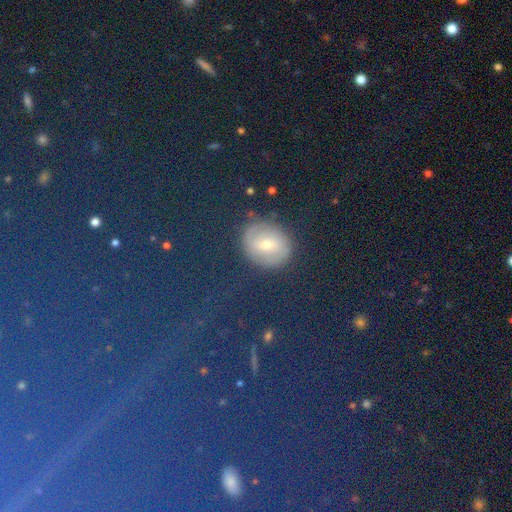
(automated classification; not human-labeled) Smooth or featured? Predicted: smooth (p=0.49). Merging? Predicted: none (p=0.86).